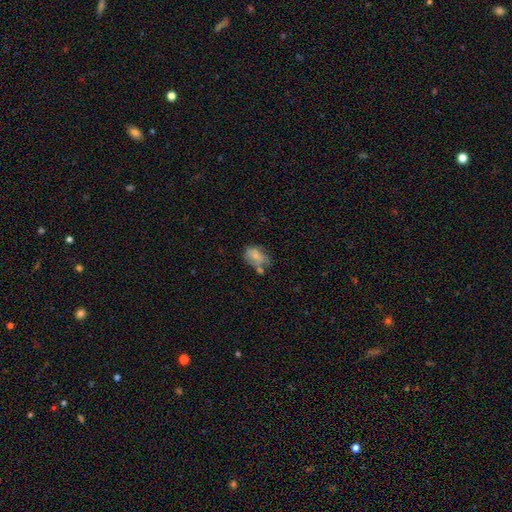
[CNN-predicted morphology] Q: Smooth or featured?
A: smooth (66%); runner-up: featured or disk (25%)
Q: How rounded?
A: in between (77%); runner-up: round (22%)
Q: Merging?
A: none (37%); runner-up: minor disturbance (28%)